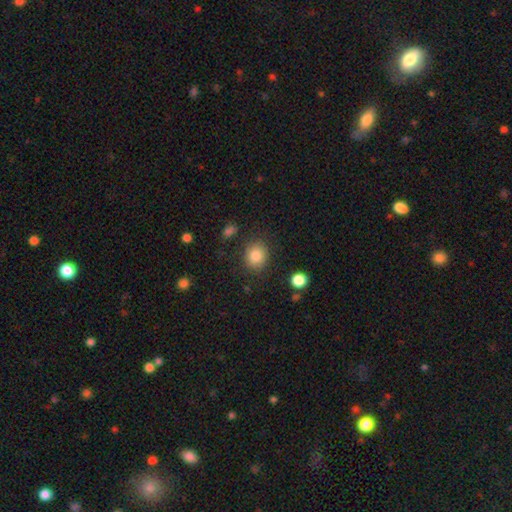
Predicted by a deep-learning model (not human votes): Smooth or featured: smooth — 85% (star or artifact — 10%)
How rounded: round — 73% (in between — 26%)
Merging: none — 85% (minor disturbance — 9%)